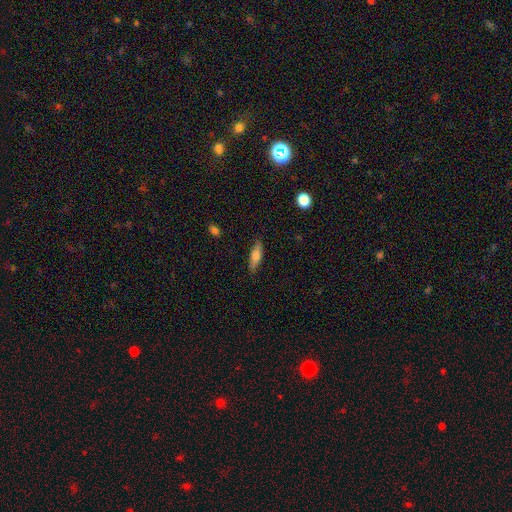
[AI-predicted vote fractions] Morphology: type=smooth (67%); roundness=cigar-shaped (53%); merging=none (83%).